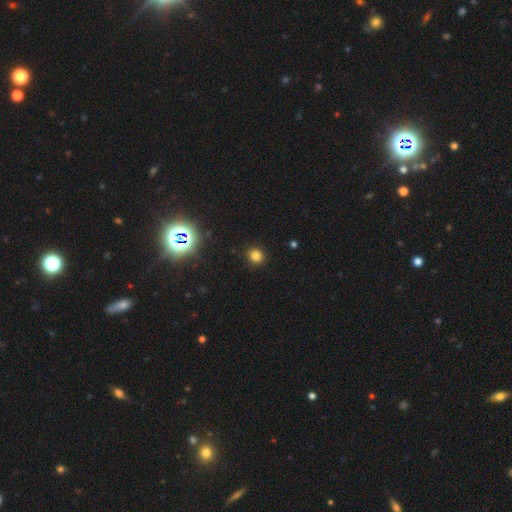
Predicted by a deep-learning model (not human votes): Smooth or featured? smooth (79%)
How rounded? round (80%)
Merging? none (90%)